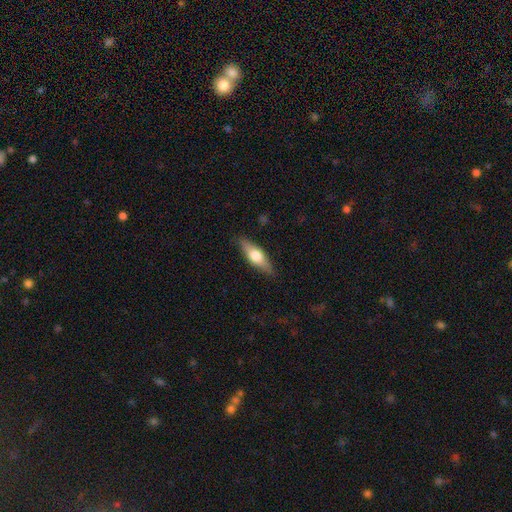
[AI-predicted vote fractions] Smooth or featured? smooth (54%)
How rounded? in between (50%)
Merging? none (87%)